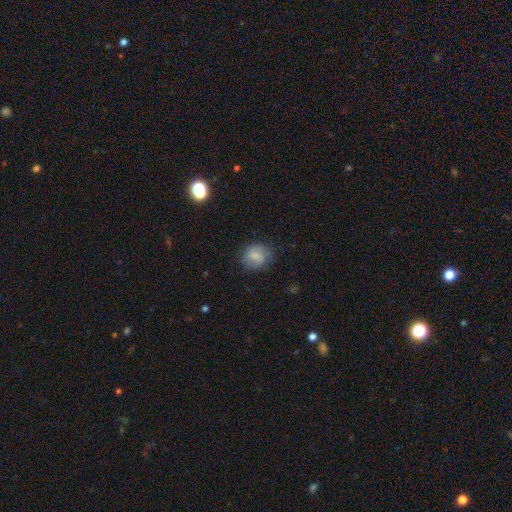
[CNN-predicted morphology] A smooth galaxy with no disk features (63%) that is round (68%). Merging: none (75%).